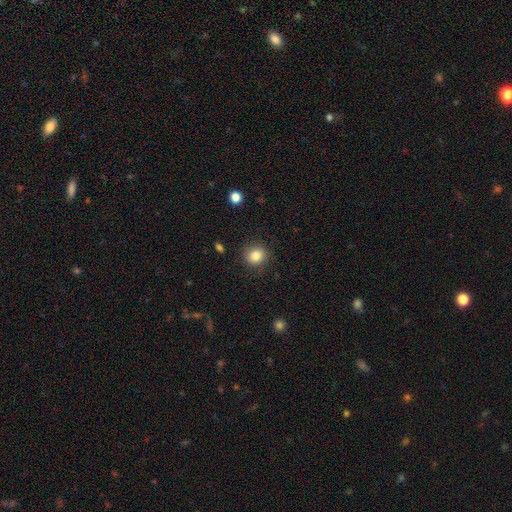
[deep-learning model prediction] Smooth or featured? smooth (83%)
How rounded? round (84%)
Merging? none (87%)